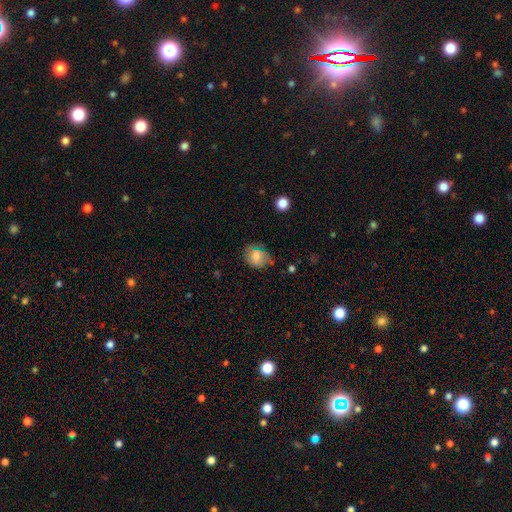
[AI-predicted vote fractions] A smooth galaxy with no disk features (66%) that is round (57%).

Vote fractions:
- Smooth or featured? smooth: 66% / featured or disk: 25% / star or artifact: 9%
- How rounded? round: 57% / in between: 42% / cigar-shaped: 1%
- Merging? none: 58% / minor disturbance: 30% / major disturbance: 10% / merger: 2%